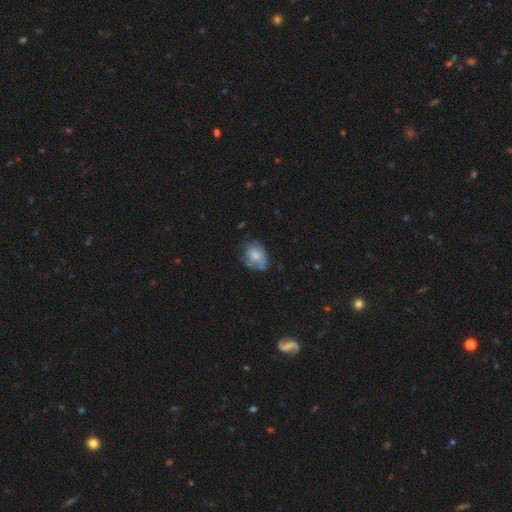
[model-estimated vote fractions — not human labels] smooth 57%, featured or disk 35%, star or artifact 8%. Down the decision tree: how rounded — in between (60%); merging — none (48%).